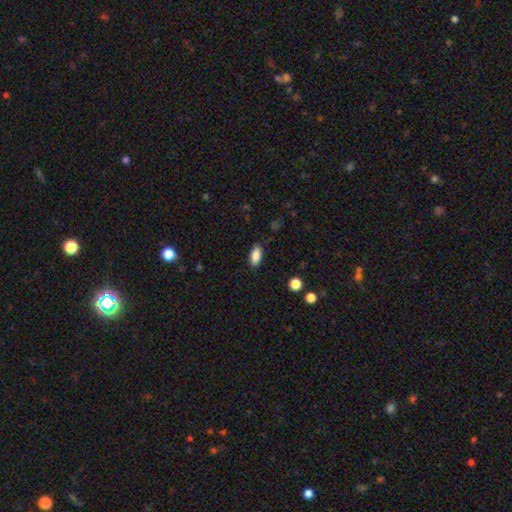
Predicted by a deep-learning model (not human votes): Smooth or featured: smooth — 87% (star or artifact — 8%)
How rounded: in between — 89% (cigar-shaped — 8%)
Merging: none — 85% (minor disturbance — 12%)